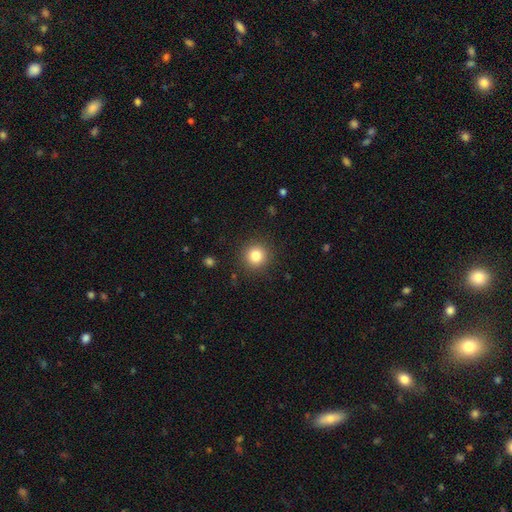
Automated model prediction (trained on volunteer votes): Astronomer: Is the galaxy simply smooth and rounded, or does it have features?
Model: smooth — 82%.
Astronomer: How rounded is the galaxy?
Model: round — 94%.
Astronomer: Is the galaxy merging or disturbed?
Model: none — 90%.